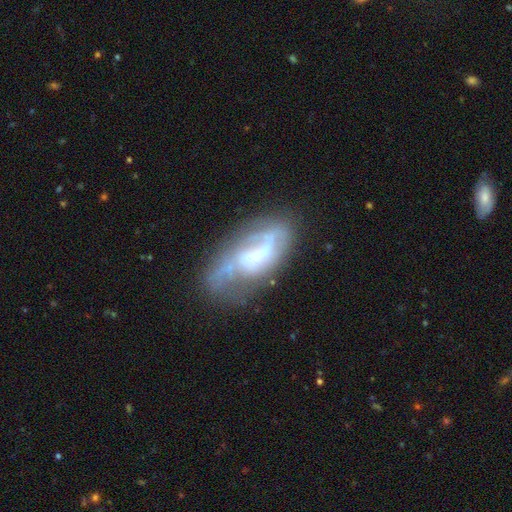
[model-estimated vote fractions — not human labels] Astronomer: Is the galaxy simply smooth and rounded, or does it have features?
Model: featured or disk — 66%.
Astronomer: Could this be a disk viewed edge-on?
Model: no — 92%.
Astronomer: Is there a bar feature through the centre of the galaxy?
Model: no — 42% (runner-up: weak, 37%).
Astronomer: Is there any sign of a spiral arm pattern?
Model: yes — 66%.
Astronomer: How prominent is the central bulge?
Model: small — 33% (runner-up: none, 32%).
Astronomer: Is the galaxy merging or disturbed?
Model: none — 37% (runner-up: major disturbance, 30%).